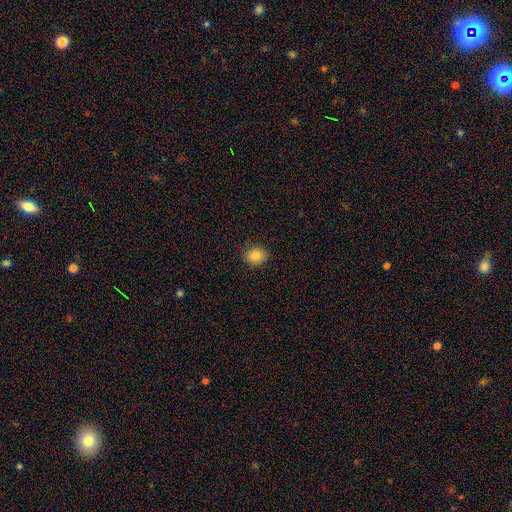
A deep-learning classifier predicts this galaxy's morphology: Smooth or featured? Predicted: smooth (p=0.82). How rounded? Predicted: round (p=0.70). Merging? Predicted: none (p=0.88).